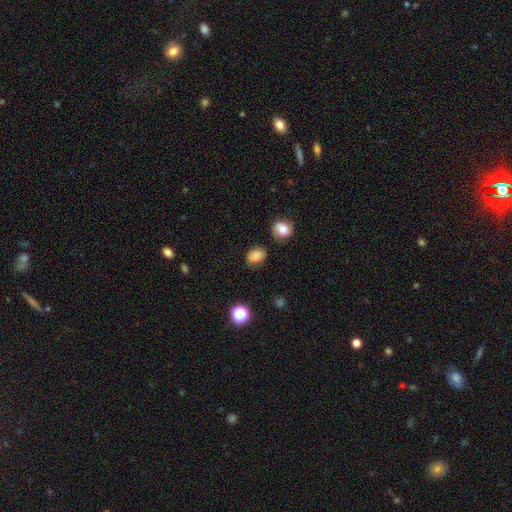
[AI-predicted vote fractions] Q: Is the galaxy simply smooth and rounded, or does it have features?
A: smooth — 81%.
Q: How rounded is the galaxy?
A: in between — 67%.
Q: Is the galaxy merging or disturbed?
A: none — 73%.